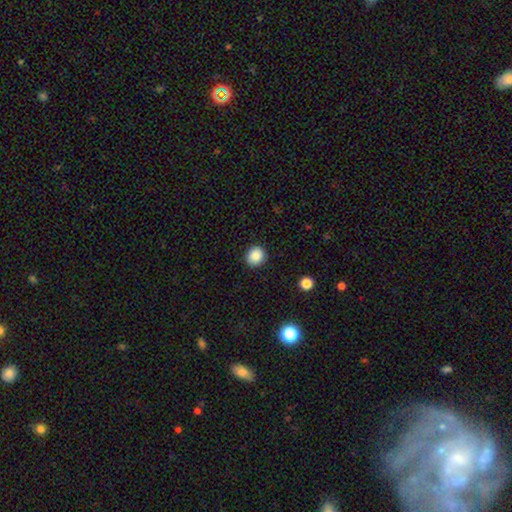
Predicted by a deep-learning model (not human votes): Morphology: type=smooth (86%); roundness=round (81%); merging=none (90%).